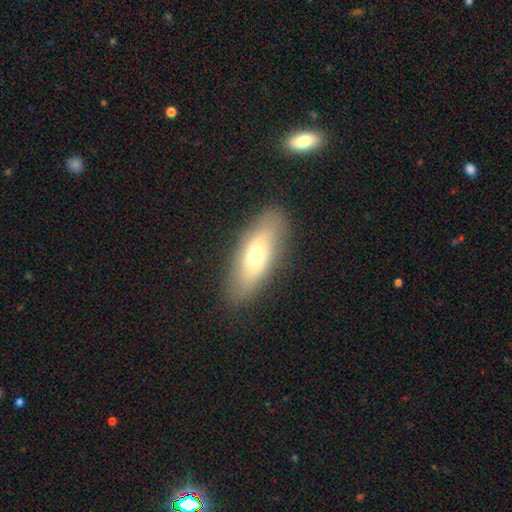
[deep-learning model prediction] Smooth or featured? smooth (58%)
How rounded? in between (73%)
Merging? none (84%)